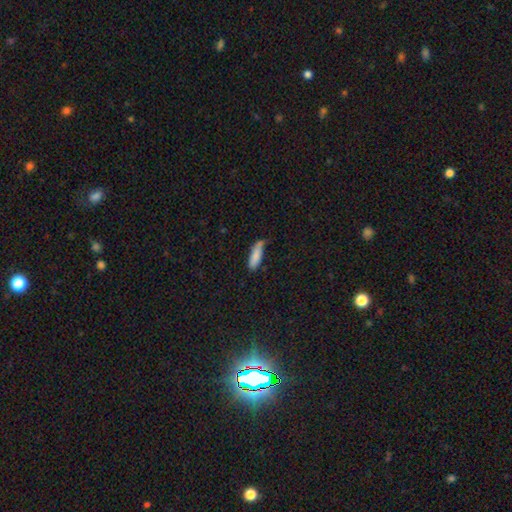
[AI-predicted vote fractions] Smooth or featured? smooth (83%)
How rounded? cigar-shaped (51%)
Merging? none (53%)